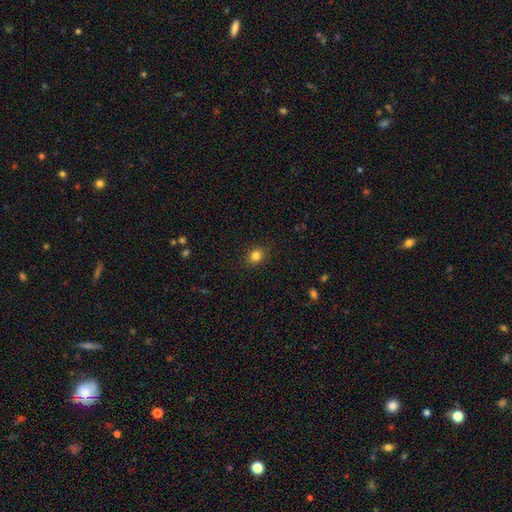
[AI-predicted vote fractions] smooth 84%, star or artifact 11%, featured or disk 5%. Down the decision tree: how rounded — round (57%); merging — none (89%).